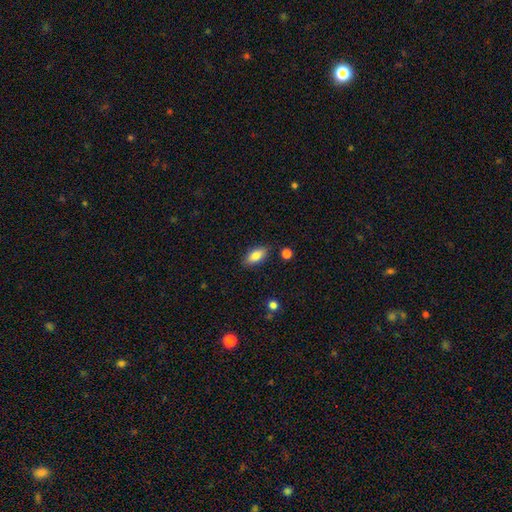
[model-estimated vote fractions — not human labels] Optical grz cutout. It shows a smooth galaxy with no disk features (82%) that is in between round and cigar-shaped (88%). Merging: none (85%).